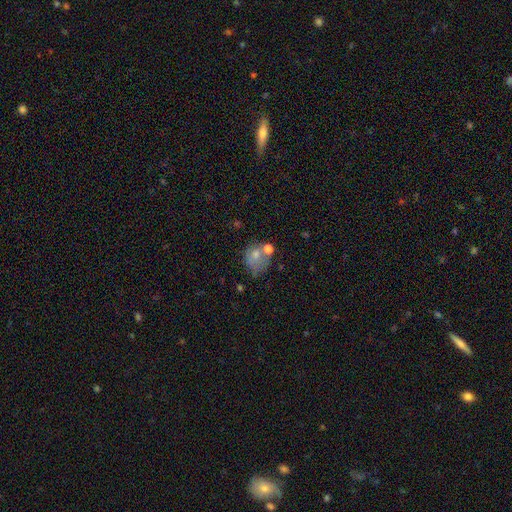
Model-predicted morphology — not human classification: smooth_or_featured: smooth (p=0.64) [alt: featured or disk p=0.25]
how_rounded: round (p=0.60) [alt: in between p=0.40]
merging: none (p=0.35) [alt: merger p=0.28]